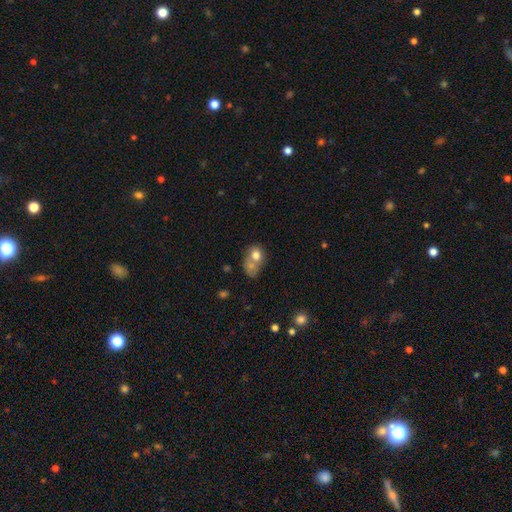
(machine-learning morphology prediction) Smooth or featured: smooth — 71% (featured or disk — 20%)
How rounded: round — 50% (in between — 49%)
Merging: merger — 59% (none — 23%)